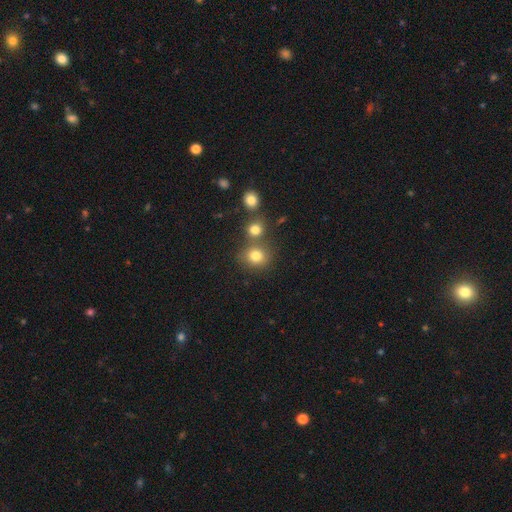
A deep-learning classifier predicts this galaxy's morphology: Overall: smooth (79%). How rounded: round (81%). Merging: none (63%; merger 25%).